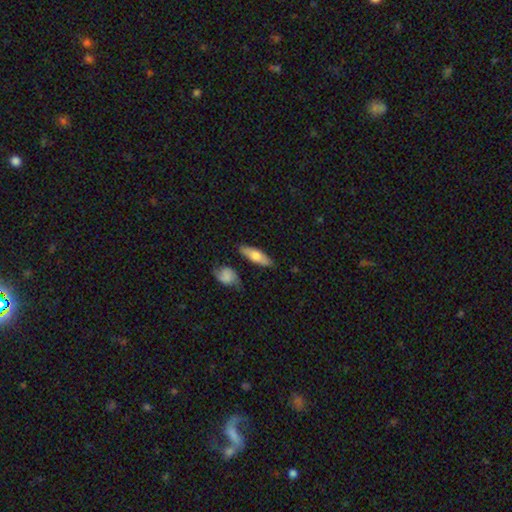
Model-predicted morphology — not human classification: Smooth or featured: smooth — 64% (featured or disk — 30%)
How rounded: in between — 51% (cigar-shaped — 46%)
Merging: none — 79% (minor disturbance — 14%)